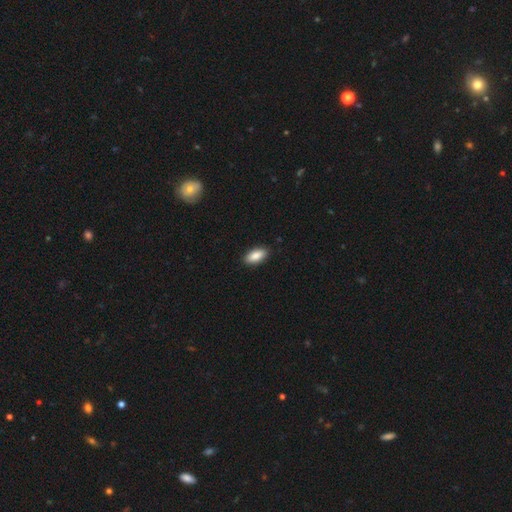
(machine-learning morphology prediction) Smooth or featured?
  - smooth: 87% *
  - featured or disk: 6%
  - star or artifact: 6%
How rounded?
  - in between: 89% *
  - cigar-shaped: 9%
  - round: 2%
Merging?
  - none: 89% *
  - minor disturbance: 8%
  - major disturbance: 2%
  - merger: 1%